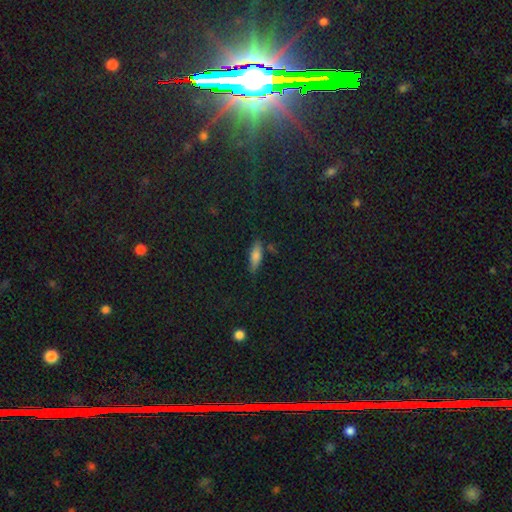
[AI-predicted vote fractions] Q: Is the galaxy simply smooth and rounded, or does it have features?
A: smooth — 74%.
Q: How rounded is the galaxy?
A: in between — 58%.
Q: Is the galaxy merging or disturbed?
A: none — 76%.